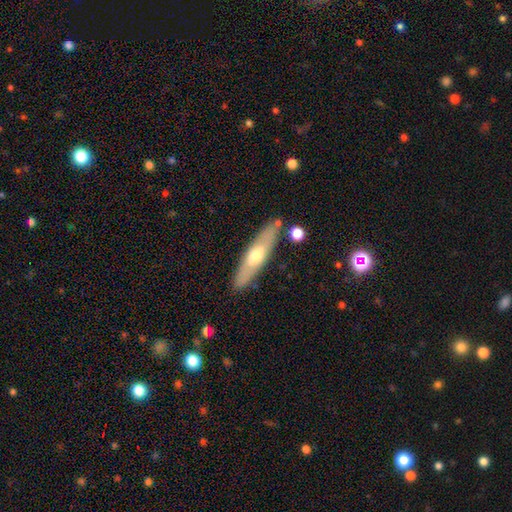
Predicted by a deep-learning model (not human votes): smooth 49%, featured or disk 45%, star or artifact 6%. Down the decision tree: merging — none (83%).